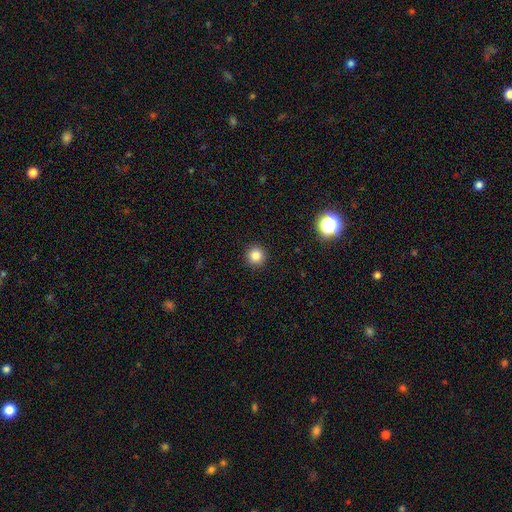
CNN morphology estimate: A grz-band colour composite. It shows a smooth galaxy with no disk features (83%) that is round (95%). Merging: none (93%).